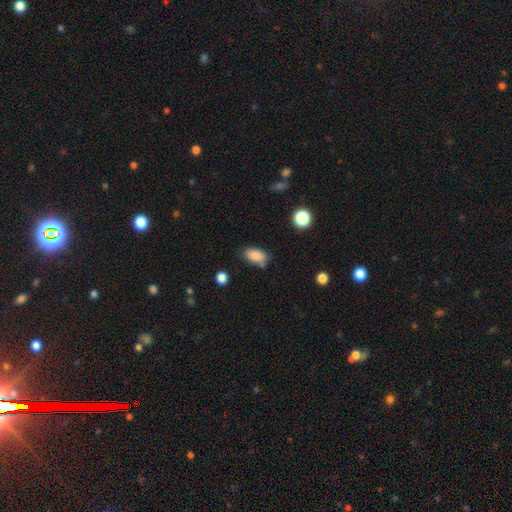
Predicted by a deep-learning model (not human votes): Smooth or featured?
  - smooth: 84% *
  - star or artifact: 8%
  - featured or disk: 7%
How rounded?
  - in between: 91% *
  - round: 6%
  - cigar-shaped: 3%
Merging?
  - none: 70% *
  - minor disturbance: 21%
  - merger: 5%
  - major disturbance: 4%